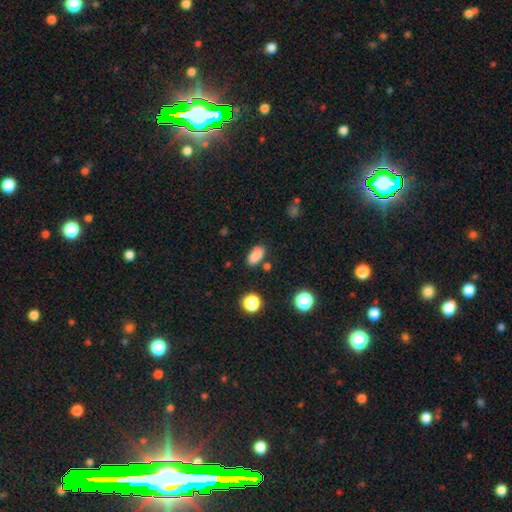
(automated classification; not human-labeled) A smooth galaxy with no disk features (83%) that is in between round and cigar-shaped (89%).

Vote fractions:
- Smooth or featured? smooth: 83% / star or artifact: 11% / featured or disk: 6%
- How rounded? in between: 89% / round: 6% / cigar-shaped: 4%
- Merging? none: 77% / minor disturbance: 15% / merger: 5% / major disturbance: 4%